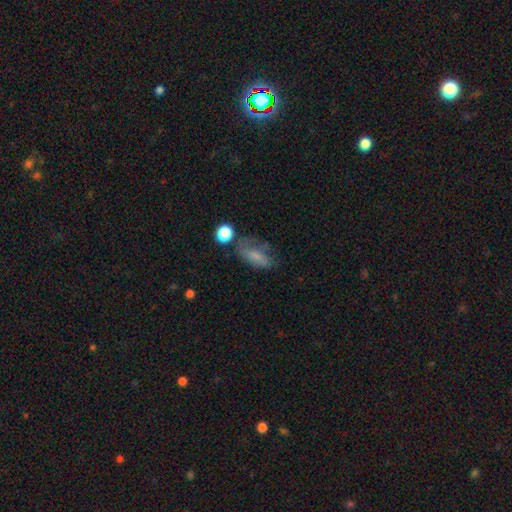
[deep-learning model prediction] Smooth or featured?
  - smooth: 60% *
  - featured or disk: 28%
  - star or artifact: 12%
How rounded?
  - in between: 81% *
  - cigar-shaped: 10%
  - round: 8%
Merging?
  - none: 39% *
  - minor disturbance: 29%
  - major disturbance: 25%
  - merger: 7%